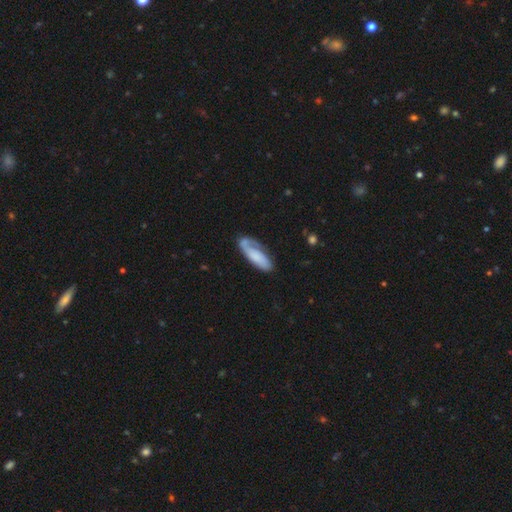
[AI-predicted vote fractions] Smooth or featured? smooth (53%)
How rounded? in between (62%)
Merging? none (54%)